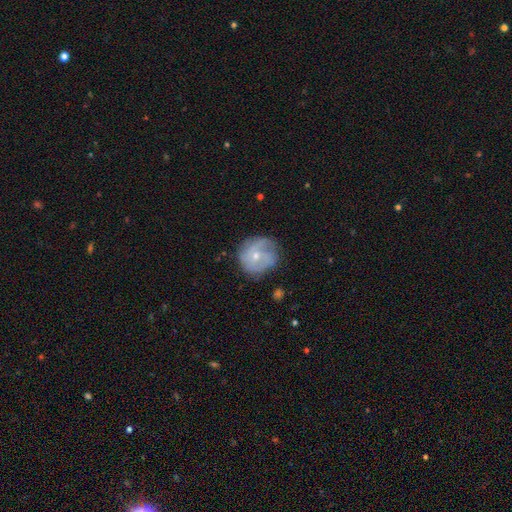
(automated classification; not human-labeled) Smooth or featured? Predicted: featured or disk (p=0.58). Edge-on disk? Predicted: no (p=0.97). Bar? Predicted: no (p=0.71). Spiral arms? Predicted: yes (p=0.73). Bulge size? Predicted: small (p=0.61). Merging? Predicted: none (p=0.60).